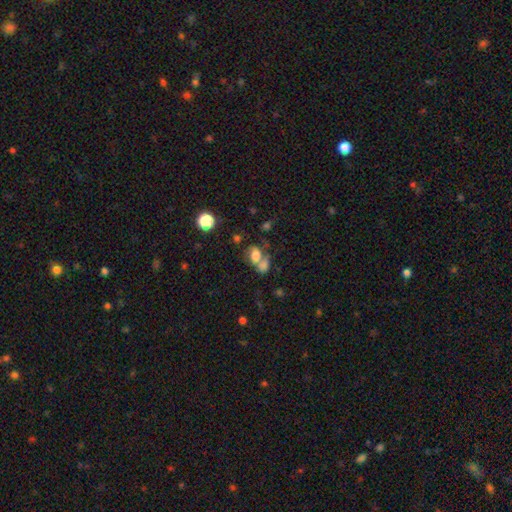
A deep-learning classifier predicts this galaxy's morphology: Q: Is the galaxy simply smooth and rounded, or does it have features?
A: smooth — 70%.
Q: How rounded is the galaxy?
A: in between — 73%.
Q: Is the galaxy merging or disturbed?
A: merger — 59%.